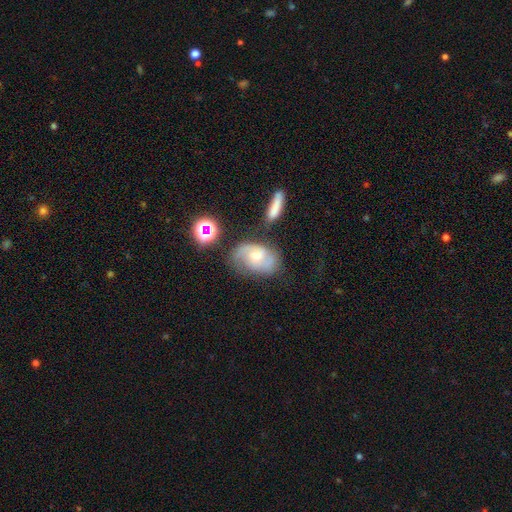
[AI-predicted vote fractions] Smooth or featured: featured or disk — 66% (smooth — 23%)
Edge-on disk: no — 95% (yes — 5%)
Bar: no — 62% (weak — 32%)
Spiral arms: yes — 90% (no — 10%)
Spiral winding: medium — 46% (tight — 30%)
Spiral arm count: 2 — 67% (can't tell — 18%)
Bulge size: moderate — 53% (small — 41%)
Merging: none — 57% (minor disturbance — 23%)